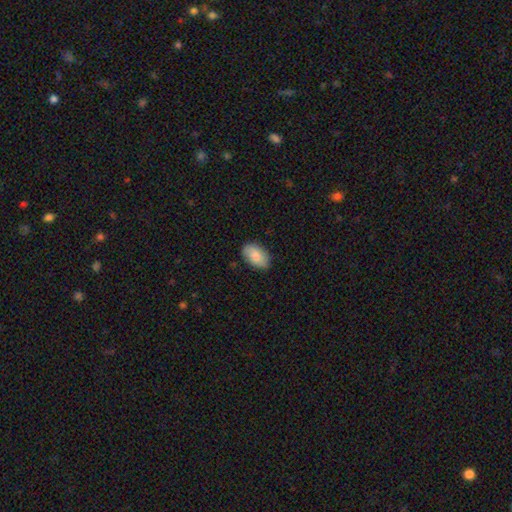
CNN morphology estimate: Smooth or featured? Predicted: smooth (p=0.84). How rounded? Predicted: in between (p=0.93). Merging? Predicted: none (p=0.83).